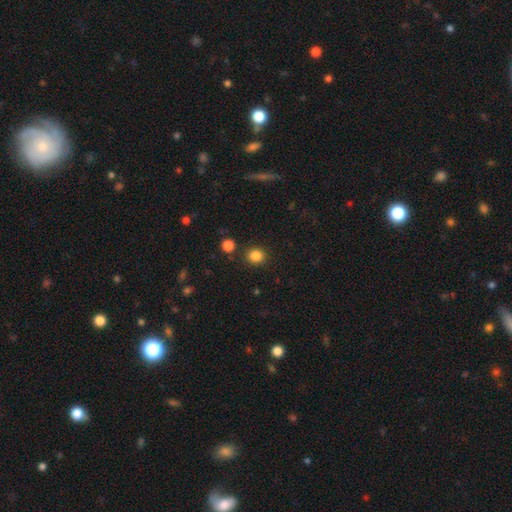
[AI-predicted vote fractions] A smooth galaxy with no disk features (85%) that is round (82%).

Vote fractions:
- Smooth or featured? smooth: 85% / star or artifact: 11% / featured or disk: 4%
- How rounded? round: 82% / in between: 17% / cigar-shaped: 1%
- Merging? none: 87% / minor disturbance: 7% / merger: 4% / major disturbance: 2%